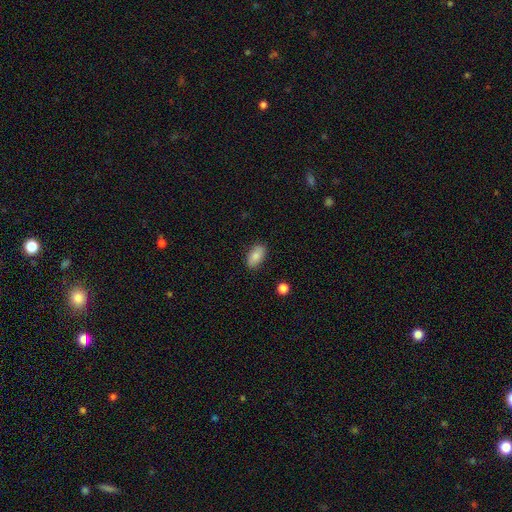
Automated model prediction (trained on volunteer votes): Smooth or featured: smooth — 82% (featured or disk — 11%)
How rounded: in between — 91% (cigar-shaped — 4%)
Merging: none — 87% (minor disturbance — 10%)